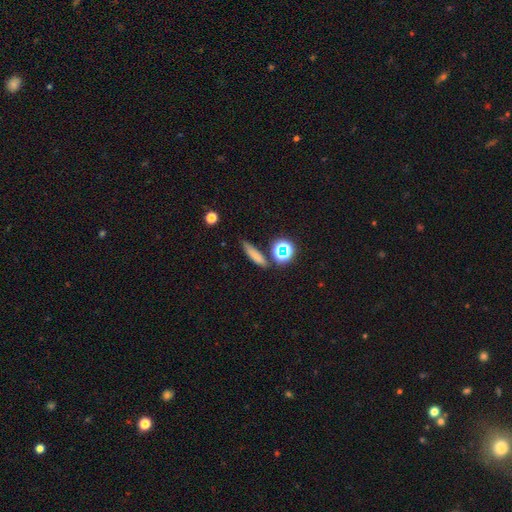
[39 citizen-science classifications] smooth_or_featured: smooth (p=0.87) [alt: featured or disk p=0.10]
how_rounded: cigar-shaped (p=0.85) [alt: in between p=0.12]
merging: none (p=0.76) [alt: minor disturbance p=0.13]